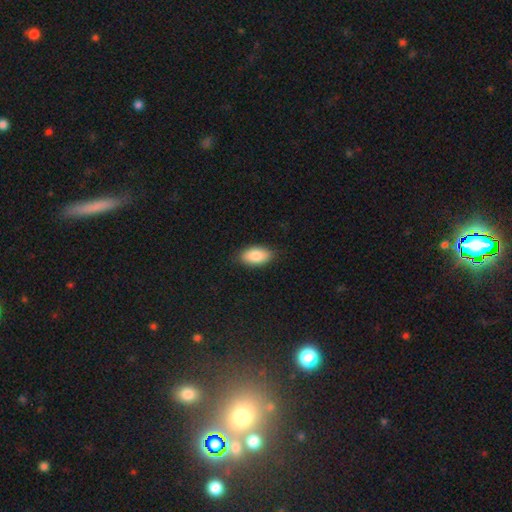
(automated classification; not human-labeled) A smooth galaxy with no disk features (86%) that is in between round and cigar-shaped (93%).

Vote fractions:
- Smooth or featured? smooth: 86% / featured or disk: 7% / star or artifact: 6%
- How rounded? in between: 93% / round: 4% / cigar-shaped: 3%
- Merging? none: 86% / minor disturbance: 11% / major disturbance: 2% / merger: 1%